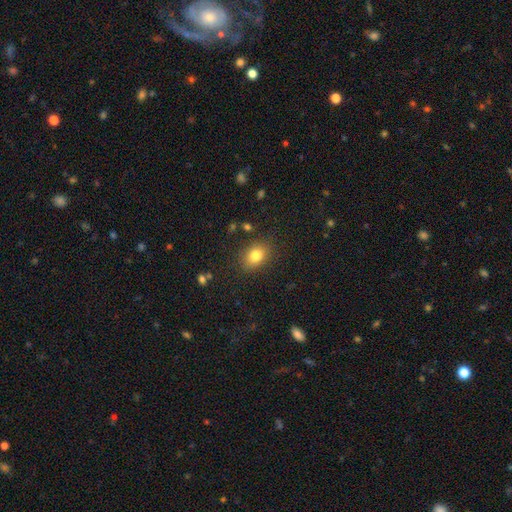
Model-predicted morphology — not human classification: A smooth galaxy with no disk features (80%) that is in between round and cigar-shaped (68%).

Vote fractions:
- Smooth or featured? smooth: 80% / star or artifact: 11% / featured or disk: 9%
- How rounded? in between: 68% / round: 31% / cigar-shaped: 1%
- Merging? none: 84% / minor disturbance: 11% / major disturbance: 3% / merger: 2%